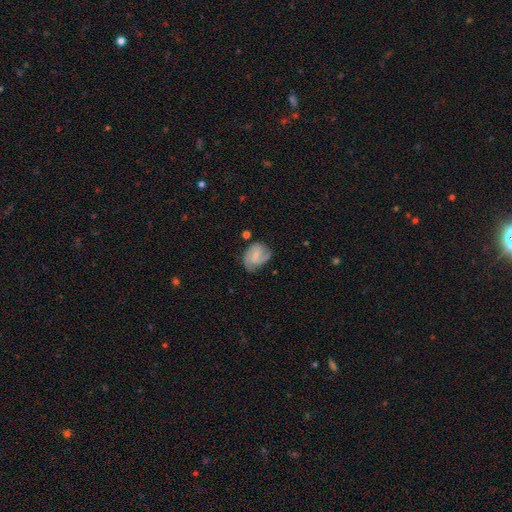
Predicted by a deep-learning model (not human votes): Smooth or featured? Predicted: featured or disk (p=0.70). Edge-on disk? Predicted: no (p=0.97). Bar? Predicted: weak (p=0.51). Spiral arms? Predicted: yes (p=0.90). Spiral winding? Predicted: medium (p=0.45). Spiral arm count? Predicted: 2 (p=0.59). Bulge size? Predicted: small (p=0.57). Merging? Predicted: none (p=0.54).